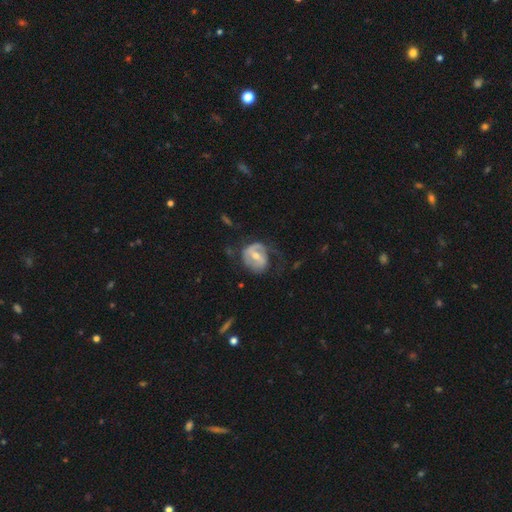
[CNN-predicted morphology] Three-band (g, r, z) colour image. It shows a featured or disk galaxy (69%) with a strong bar (41%, tied with weak), spiral arms (63%) and a moderate central bulge (62%). Merging: none (44%).